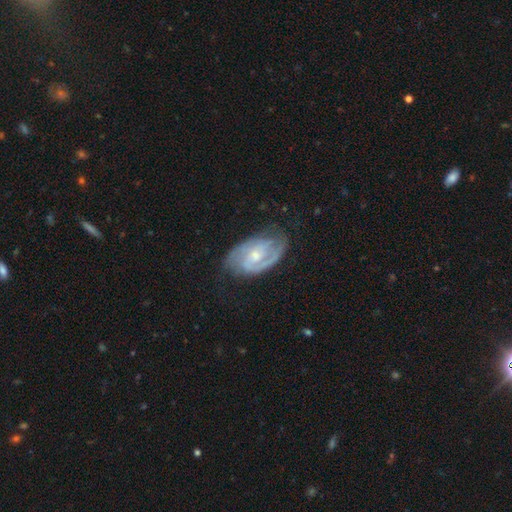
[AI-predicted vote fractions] The model was most divided on "bulge size": small: 48%, moderate: 45%, none: 3%, large: 2%, dominant: 1%. Remaining: edge-on disk — no (96%); spiral arms — yes (92%); smooth or featured — featured or disk (81%); merging — none (65%); spiral arm count — 2 (63%); bar — no (51%); spiral winding — tight (48%).